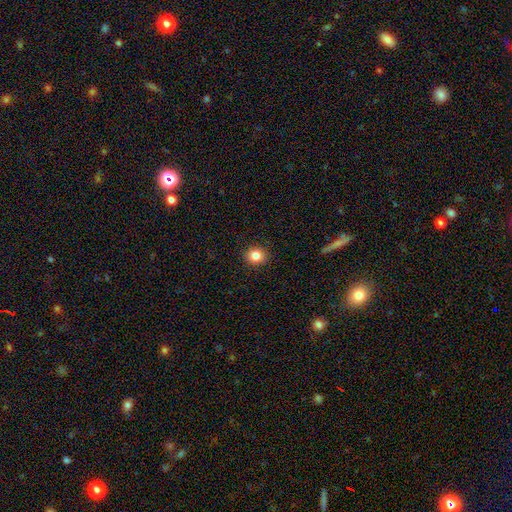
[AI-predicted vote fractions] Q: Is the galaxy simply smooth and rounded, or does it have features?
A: smooth — 83%.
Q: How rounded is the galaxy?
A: round — 83%.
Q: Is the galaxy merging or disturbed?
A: none — 92%.